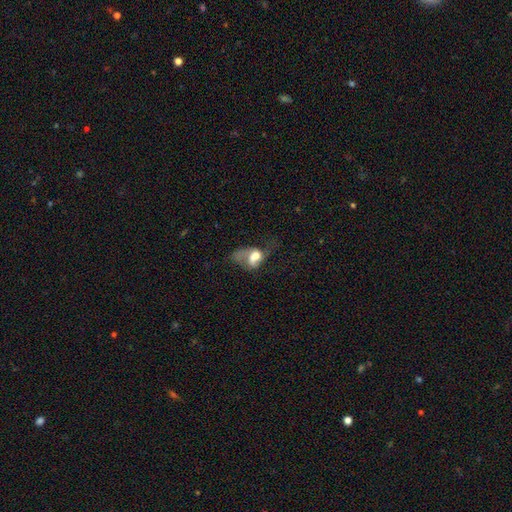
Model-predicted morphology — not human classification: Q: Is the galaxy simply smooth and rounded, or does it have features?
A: featured or disk — 48%.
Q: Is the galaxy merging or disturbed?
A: major disturbance — 52%.